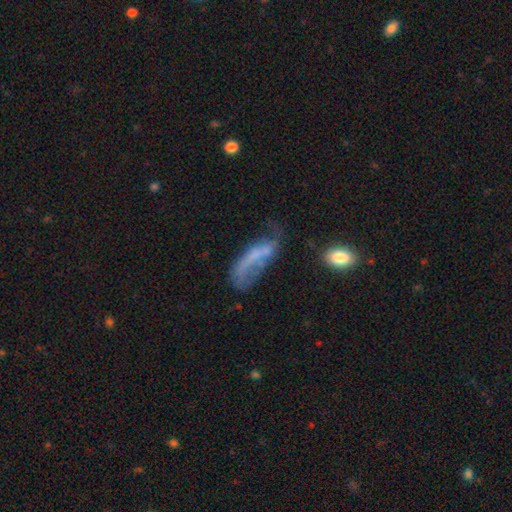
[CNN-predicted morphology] smooth_or_featured: featured or disk (p=0.50) [alt: smooth p=0.38]
merging: major disturbance (p=0.39) [alt: none p=0.29]